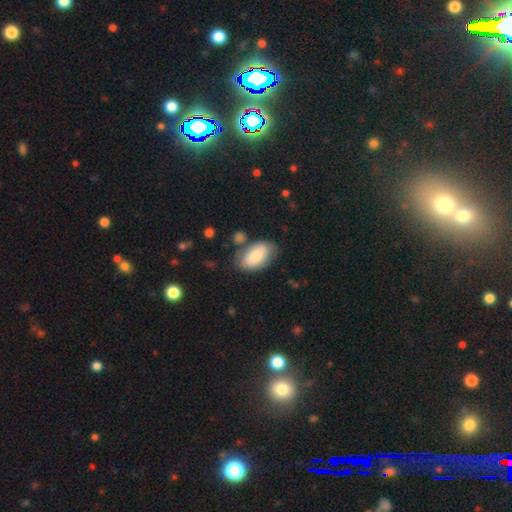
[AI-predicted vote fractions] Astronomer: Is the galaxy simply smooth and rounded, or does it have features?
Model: smooth — 79%.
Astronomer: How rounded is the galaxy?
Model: in between — 93%.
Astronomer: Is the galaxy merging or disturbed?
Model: none — 66%.